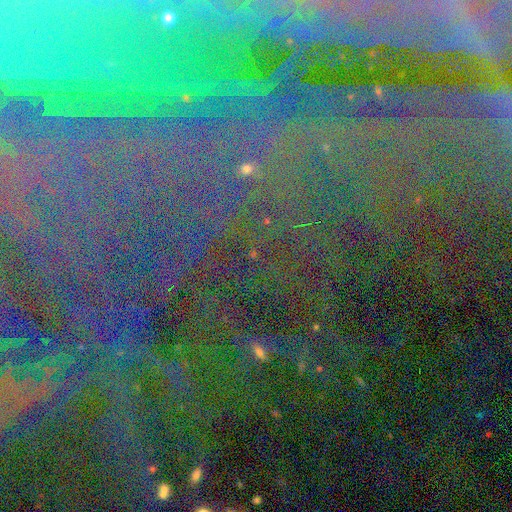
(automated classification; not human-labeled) Q: Smooth or featured?
A: star or artifact (86%); runner-up: featured or disk (8%)